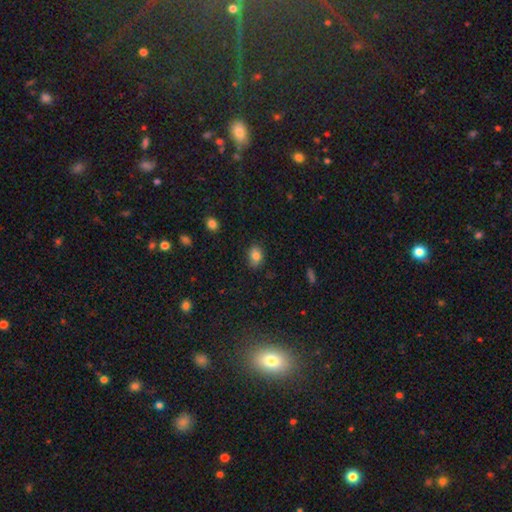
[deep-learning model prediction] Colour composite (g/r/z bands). It shows a smooth galaxy with no disk features (83%) that is in between round and cigar-shaped (75%). Merging: none (80%).